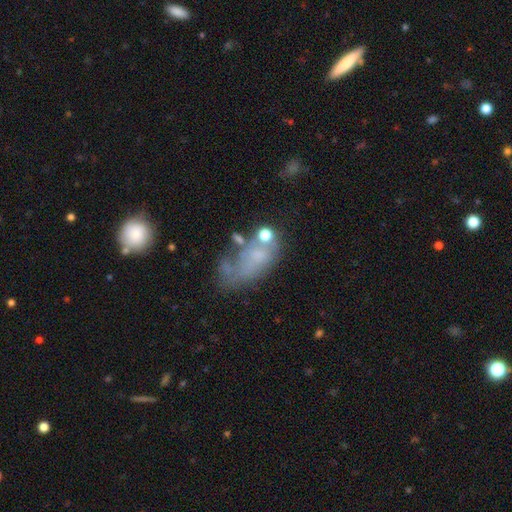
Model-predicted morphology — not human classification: Overall: smooth (44%; featured or disk 40%). Merging: major disturbance (33%; none 28%).